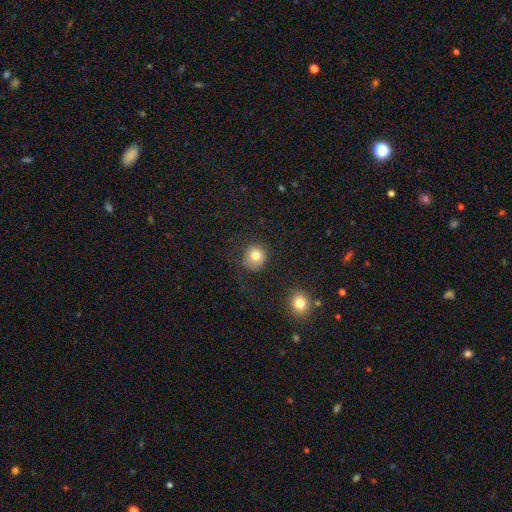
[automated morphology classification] Smooth or featured? Predicted: smooth (p=0.80). How rounded? Predicted: round (p=0.90). Merging? Predicted: none (p=0.77).